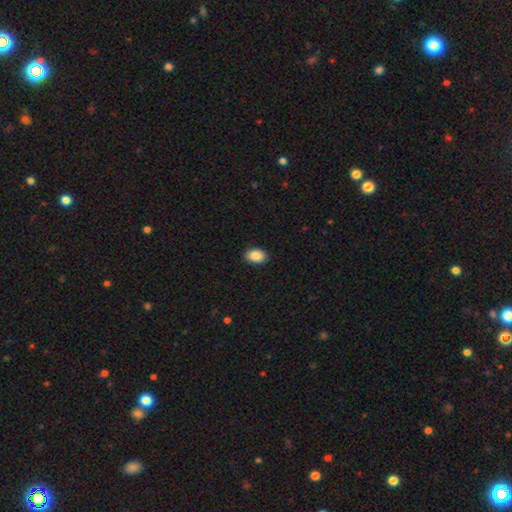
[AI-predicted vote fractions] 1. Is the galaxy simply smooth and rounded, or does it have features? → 89% smooth, 8% star or artifact, 3% featured or disk.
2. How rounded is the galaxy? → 83% in between, 15% round, 1% cigar-shaped.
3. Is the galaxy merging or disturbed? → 89% none, 8% minor disturbance, 2% major disturbance, 1% merger.